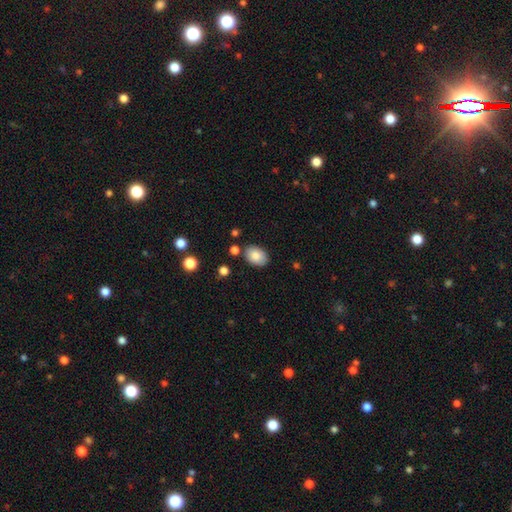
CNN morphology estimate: Overall: smooth (85%). How rounded: in between (80%). Merging: none (82%).